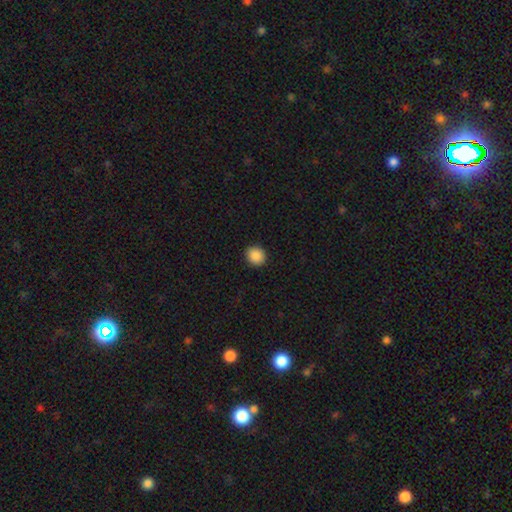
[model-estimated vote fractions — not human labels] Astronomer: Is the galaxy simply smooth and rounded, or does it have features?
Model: smooth — 89%.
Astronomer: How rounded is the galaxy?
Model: round — 82%.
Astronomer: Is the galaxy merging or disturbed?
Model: none — 92%.